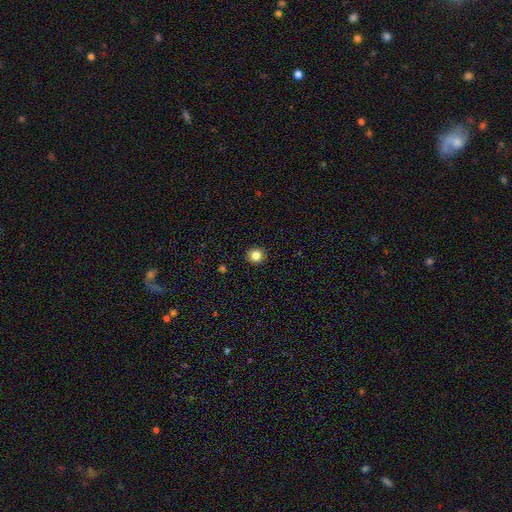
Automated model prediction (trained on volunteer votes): smooth-or-featured: smooth: 83% | star or artifact: 12% | featured or disk: 5%
  how-rounded: round: 90% | in between: 9% | cigar-shaped: 1%
  merging: none: 93% | minor disturbance: 5% | major disturbance: 2% | merger: 1%